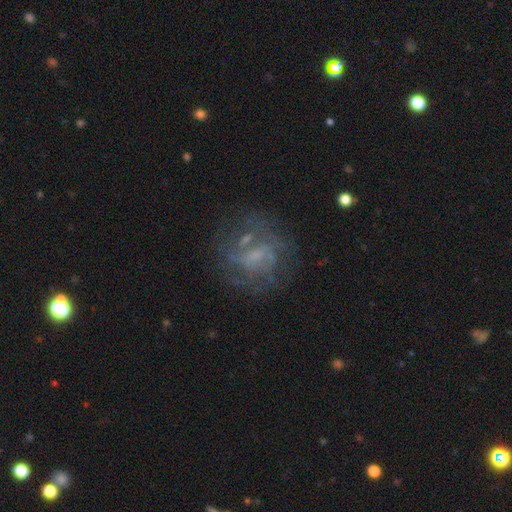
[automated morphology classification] featured or disk 70%, smooth 17%, star or artifact 13%. Down the decision tree: edge-on disk — no (97%); bar — no (45%); spiral arms — yes (74%); spiral arm count — can't tell (49%); spiral winding — medium (41%); bulge size — small (39%); merging — none (66%).